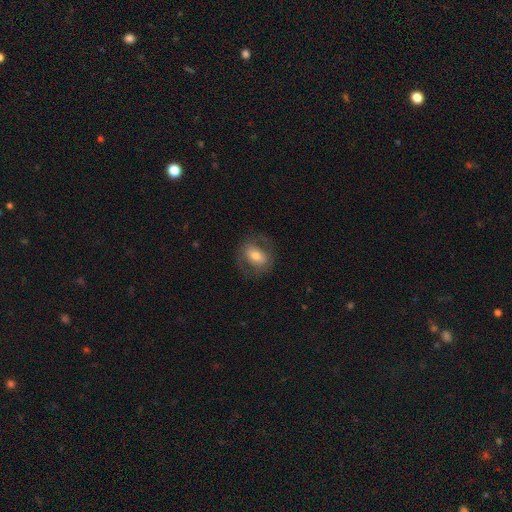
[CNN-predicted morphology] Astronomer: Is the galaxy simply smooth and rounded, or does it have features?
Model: smooth — 51% (runner-up: featured or disk, 42%).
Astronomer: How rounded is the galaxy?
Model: in between — 67%.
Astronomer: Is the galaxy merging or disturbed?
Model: none — 72%.